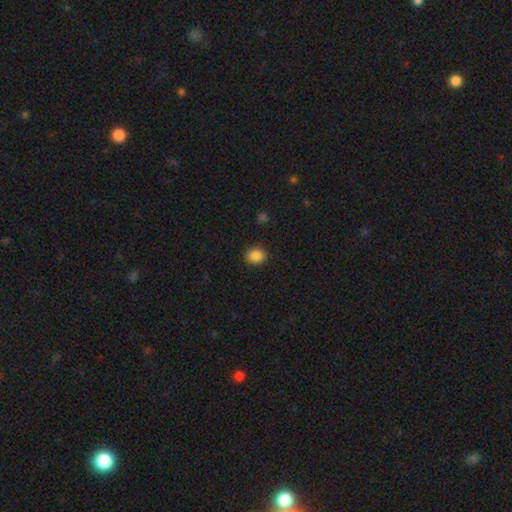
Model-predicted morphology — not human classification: Smooth or featured? Predicted: smooth (p=0.87). How rounded? Predicted: round (p=0.55). Merging? Predicted: none (p=0.87).